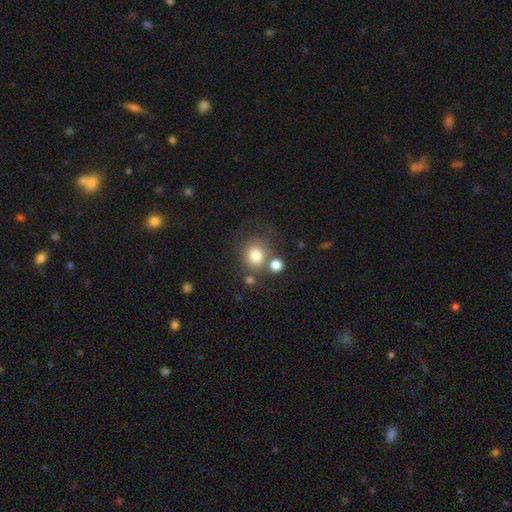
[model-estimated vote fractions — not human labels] Smooth or featured: smooth — 79% (star or artifact — 11%)
How rounded: round — 82% (in between — 17%)
Merging: none — 64% (merger — 18%)